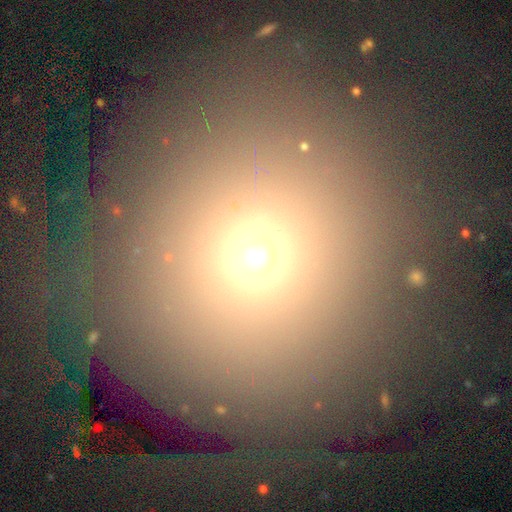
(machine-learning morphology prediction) This is likely a smooth galaxy (67%). How rounded: clearly round (85%). Merging: clearly none (81%).